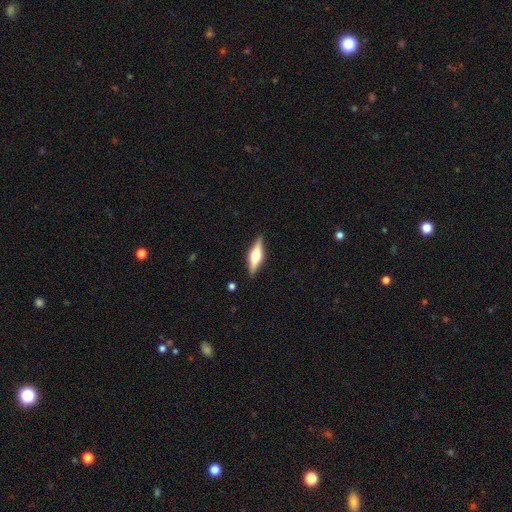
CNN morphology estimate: A featured or disk galaxy (68%) viewed edge-on (96%) with a rounded central bulge (91%).

Vote fractions:
- Smooth or featured? featured or disk: 68% / smooth: 26% / star or artifact: 6%
- Edge-on disk? yes: 96% / no: 4%
- Edge-on bulge? rounded: 91% / boxy: 7% / none: 2%
- Merging? none: 89% / minor disturbance: 8% / major disturbance: 2% / merger: 1%